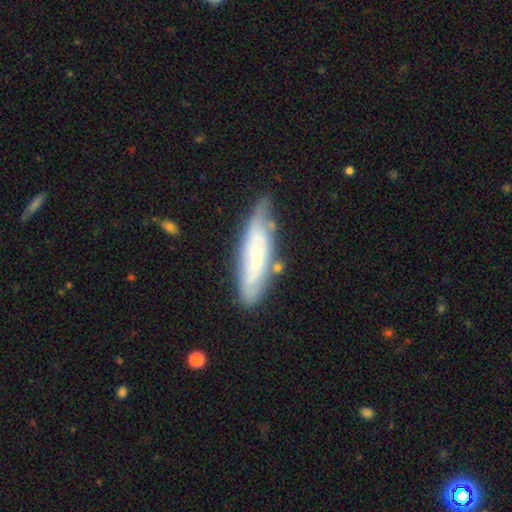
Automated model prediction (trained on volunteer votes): A featured or disk galaxy (57%).

Vote fractions:
- Smooth or featured? featured or disk: 57% / smooth: 36% / star or artifact: 6%
- Edge-on disk? no: 69% / yes: 31%
- Merging? none: 60% / minor disturbance: 27% / major disturbance: 7% / merger: 5%